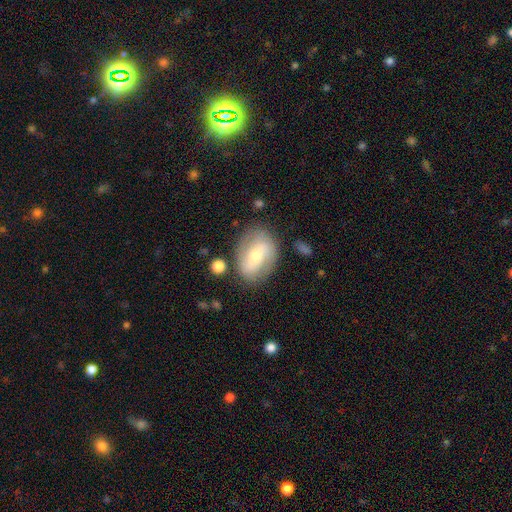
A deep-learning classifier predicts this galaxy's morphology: featured or disk 56%, smooth 38%, star or artifact 7%. Down the decision tree: edge-on disk — no (93%); bar — weak (39%); spiral arms — yes (64%); bulge size — moderate (59%); merging — none (77%).